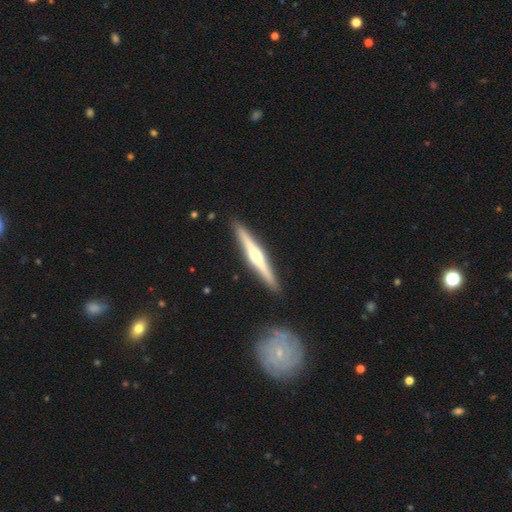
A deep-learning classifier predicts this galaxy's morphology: This appears to be a featured or disk galaxy (76%) viewed edge-on (98%) with a rounded central bulge (91%). Merging: none (92%).